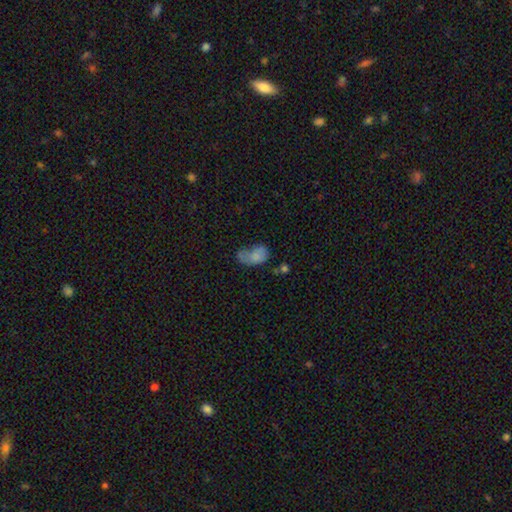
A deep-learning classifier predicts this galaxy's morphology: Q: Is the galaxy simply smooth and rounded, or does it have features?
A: smooth — 71%.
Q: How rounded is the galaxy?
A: in between — 88%.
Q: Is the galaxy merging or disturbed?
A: major disturbance — 33%.